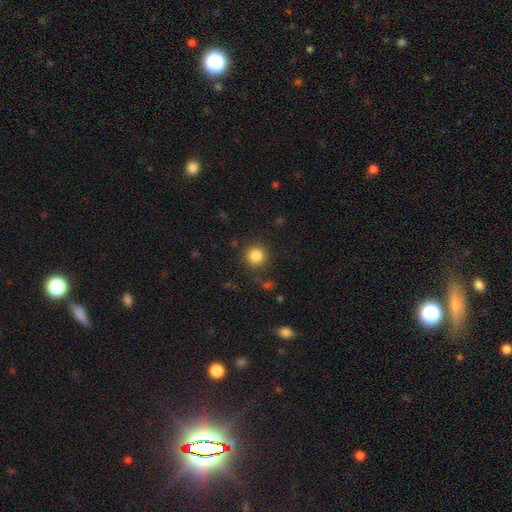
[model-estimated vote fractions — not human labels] Morphology: type=smooth (84%); roundness=round (94%); merging=none (88%).